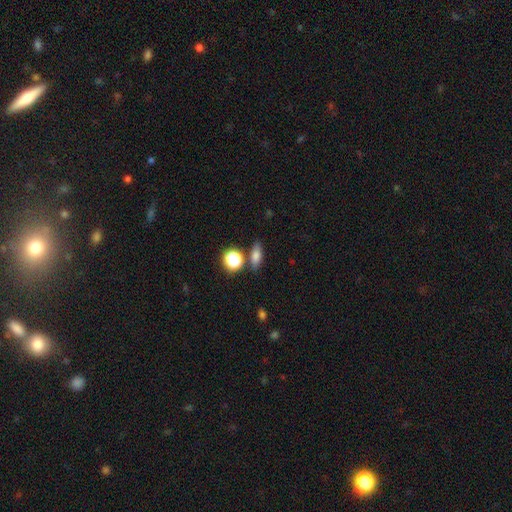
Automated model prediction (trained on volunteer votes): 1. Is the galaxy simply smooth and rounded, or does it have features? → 73% smooth, 14% star or artifact, 13% featured or disk.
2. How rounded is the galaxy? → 60% in between, 20% cigar-shaped, 19% round.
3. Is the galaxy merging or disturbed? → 76% none, 12% minor disturbance, 9% merger, 3% major disturbance.